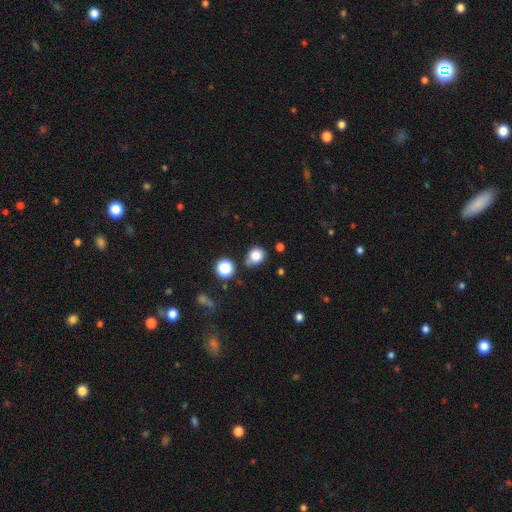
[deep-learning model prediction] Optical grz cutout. It shows a smooth galaxy with no disk features (81%) that is round (73%). Merging: none (65%).